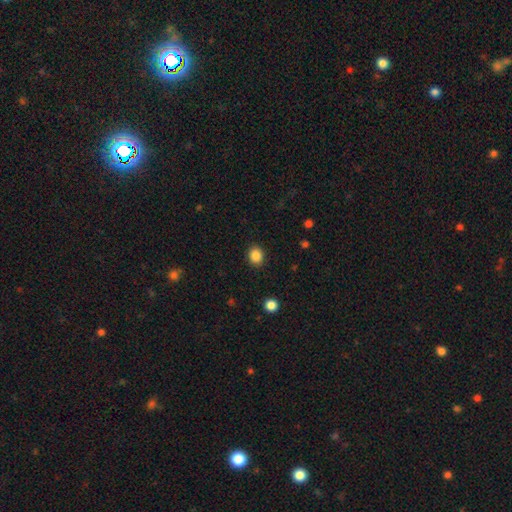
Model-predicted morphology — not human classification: smooth-or-featured: smooth: 87% | star or artifact: 10% | featured or disk: 4%
  how-rounded: round: 61% | in between: 38% | cigar-shaped: 1%
  merging: none: 90% | minor disturbance: 7% | major disturbance: 2% | merger: 1%